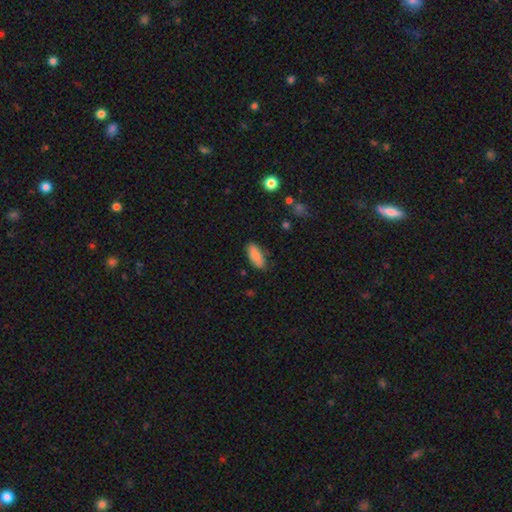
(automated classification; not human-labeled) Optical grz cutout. It shows a smooth galaxy with no disk features (81%) that is in between round and cigar-shaped (87%). Merging: none (76%).